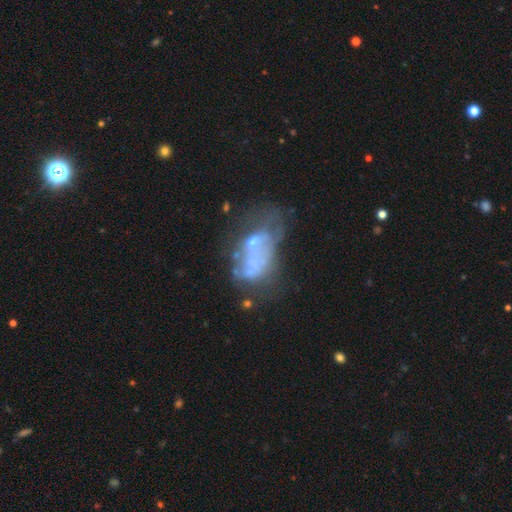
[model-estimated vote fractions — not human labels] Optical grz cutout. It shows a featured or disk galaxy (55%) with no bar (92%), no spiral arms (93%) and no central bulge (63%). Merging: major disturbance (29%).